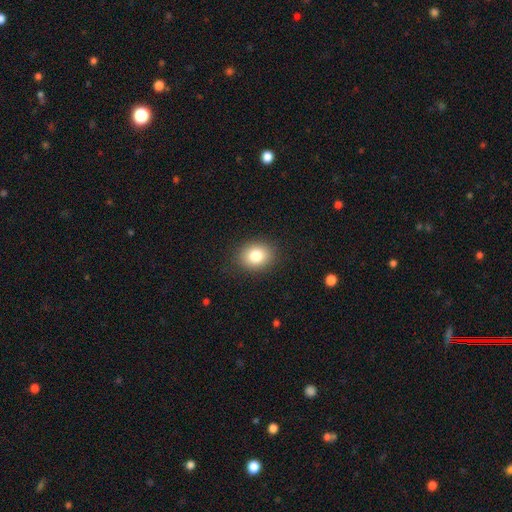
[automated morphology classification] smooth 82%, star or artifact 11%, featured or disk 7%. Down the decision tree: how rounded — round (54%); merging — none (90%).